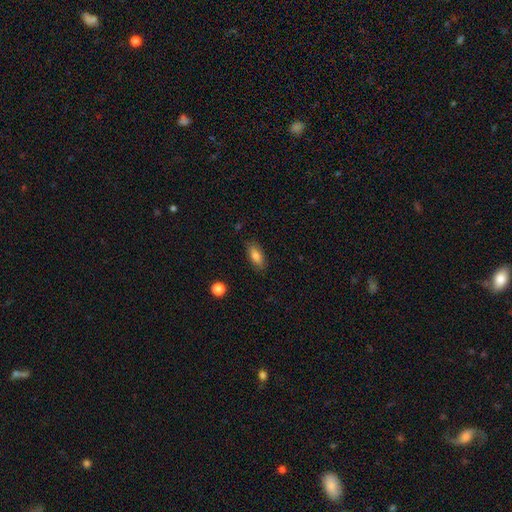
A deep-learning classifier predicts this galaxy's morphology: A smooth galaxy with no disk features (80%) that is in between round and cigar-shaped (79%).

Vote fractions:
- Smooth or featured? smooth: 80% / featured or disk: 13% / star or artifact: 8%
- How rounded? in between: 79% / cigar-shaped: 18% / round: 3%
- Merging? none: 85% / minor disturbance: 11% / major disturbance: 3% / merger: 1%